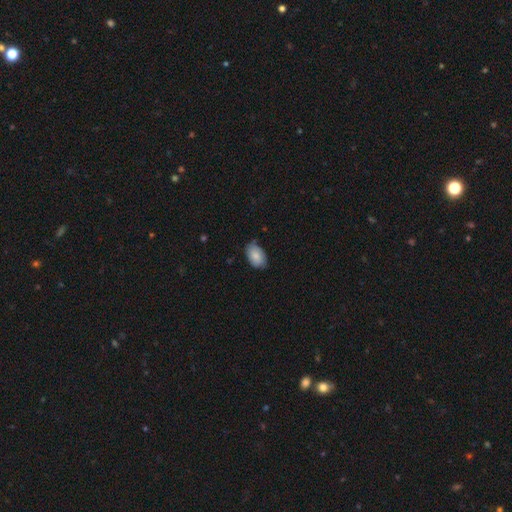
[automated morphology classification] Smooth or featured? Predicted: smooth (p=0.80). How rounded? Predicted: in between (p=0.91). Merging? Predicted: none (p=0.73).